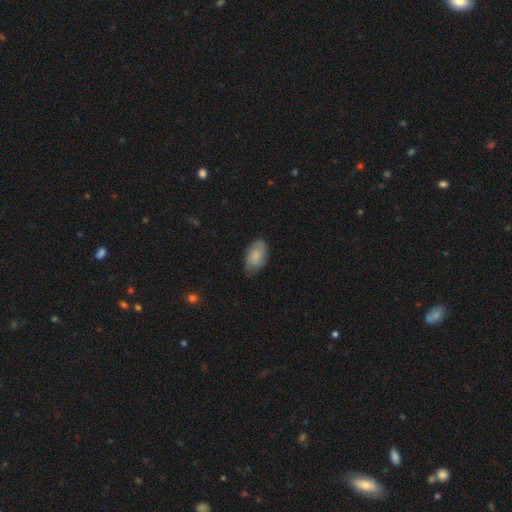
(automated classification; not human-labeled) Smooth or featured?
  - smooth: 67% *
  - featured or disk: 26%
  - star or artifact: 7%
How rounded?
  - in between: 93% *
  - round: 4%
  - cigar-shaped: 2%
Merging?
  - none: 70% *
  - minor disturbance: 24%
  - major disturbance: 5%
  - merger: 1%